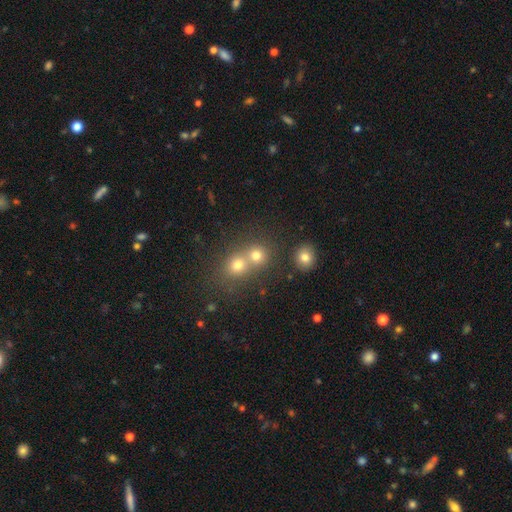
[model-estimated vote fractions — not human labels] Q: Smooth or featured?
A: smooth (57%); runner-up: star or artifact (30%)
Q: How rounded?
A: round (80%); runner-up: in between (18%)
Q: Merging?
A: merger (47%); runner-up: none (44%)